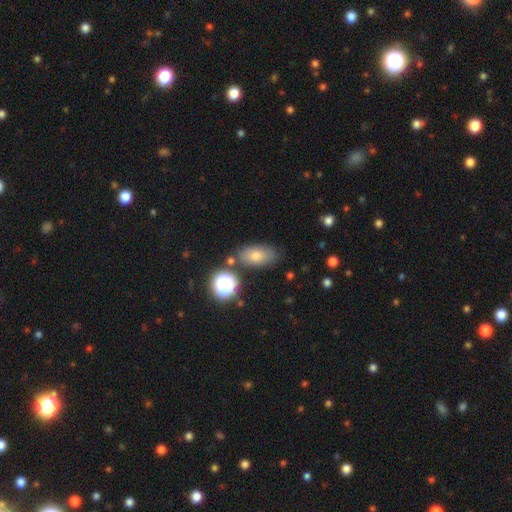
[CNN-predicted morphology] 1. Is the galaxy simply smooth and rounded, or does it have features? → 69% smooth, 17% star or artifact, 15% featured or disk.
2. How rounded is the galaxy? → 85% in between, 12% round, 3% cigar-shaped.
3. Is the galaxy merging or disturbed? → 77% none, 13% minor disturbance, 6% merger, 4% major disturbance.